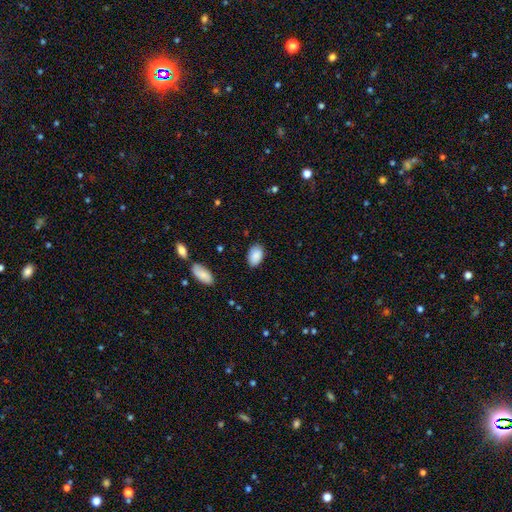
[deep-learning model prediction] Q: Smooth or featured?
A: smooth (88%); runner-up: star or artifact (7%)
Q: How rounded?
A: in between (89%); runner-up: round (9%)
Q: Merging?
A: none (82%); runner-up: minor disturbance (14%)